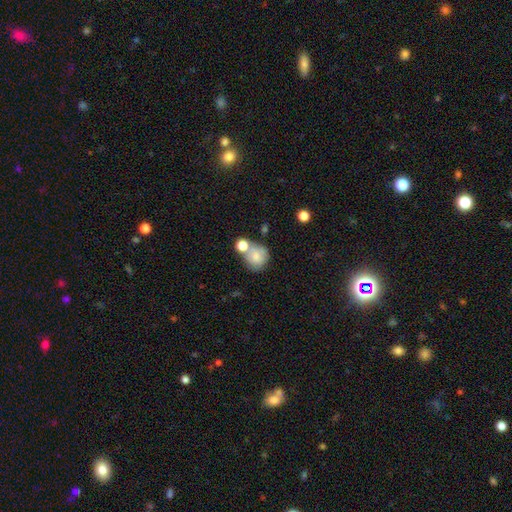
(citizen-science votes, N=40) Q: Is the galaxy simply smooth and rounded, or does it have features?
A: smooth — 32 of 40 (80%).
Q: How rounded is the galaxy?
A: round — 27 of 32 (84%).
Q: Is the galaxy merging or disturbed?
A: merger — 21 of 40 (52%).